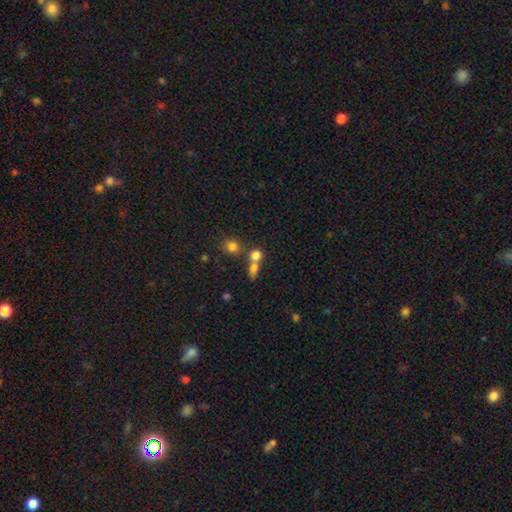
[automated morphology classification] Q: Smooth or featured?
A: smooth (76%); runner-up: star or artifact (14%)
Q: How rounded?
A: round (69%); runner-up: in between (28%)
Q: Merging?
A: merger (48%); runner-up: none (40%)